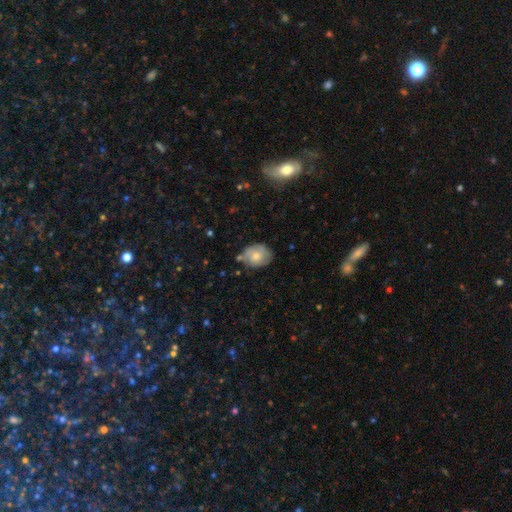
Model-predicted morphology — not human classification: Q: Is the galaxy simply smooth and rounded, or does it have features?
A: smooth — 63%.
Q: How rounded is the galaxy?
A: round — 53%.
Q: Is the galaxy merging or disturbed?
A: none — 63%.